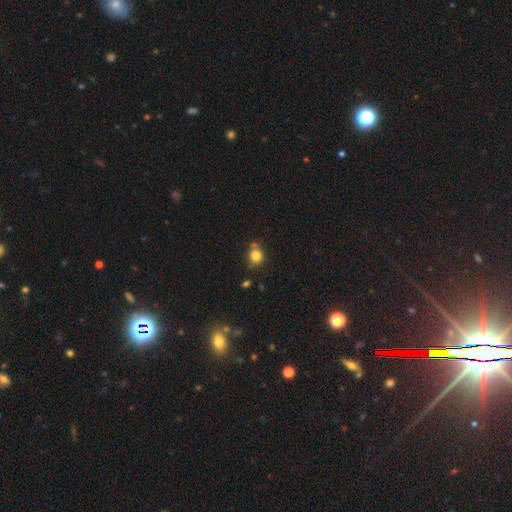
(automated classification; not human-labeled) Smooth or featured: smooth — 81% (star or artifact — 11%)
How rounded: round — 80% (in between — 19%)
Merging: none — 65% (minor disturbance — 16%)